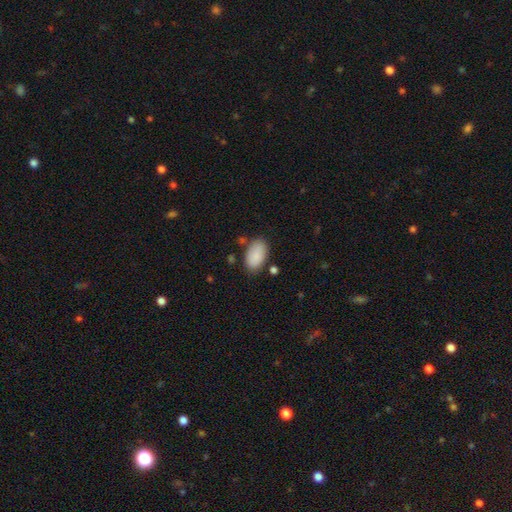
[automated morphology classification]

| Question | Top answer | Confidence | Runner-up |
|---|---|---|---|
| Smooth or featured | smooth | 89% | star or artifact (6%) |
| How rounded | in between | 94% | round (4%) |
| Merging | none | 76% | minor disturbance (16%) |